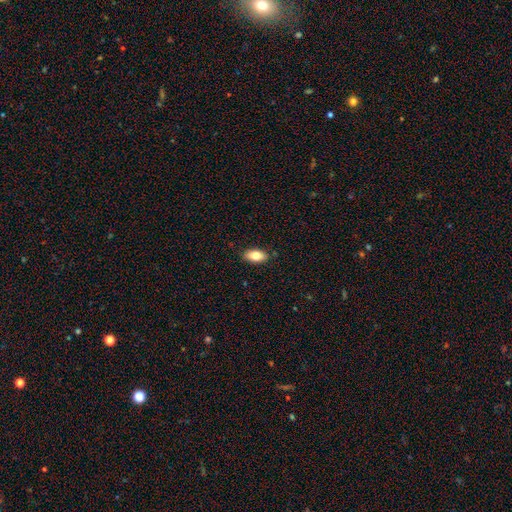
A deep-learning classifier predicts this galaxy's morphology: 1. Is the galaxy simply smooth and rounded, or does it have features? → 79% smooth, 15% featured or disk, 7% star or artifact.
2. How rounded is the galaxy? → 91% in between, 5% cigar-shaped, 4% round.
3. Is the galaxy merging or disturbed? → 87% none, 10% minor disturbance, 2% major disturbance, 1% merger.